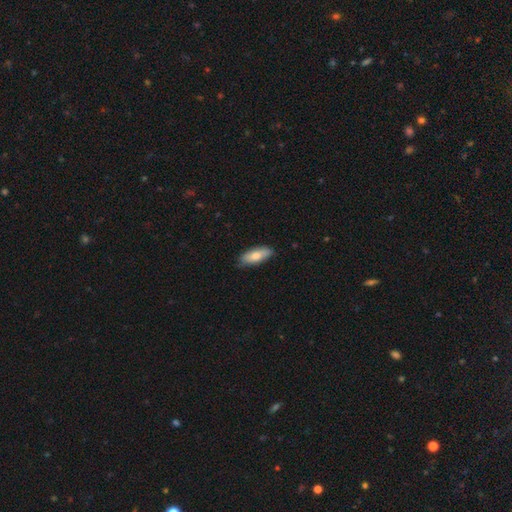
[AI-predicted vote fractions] smooth_or_featured: smooth (p=0.76) [alt: featured or disk p=0.19]
how_rounded: in between (p=0.72) [alt: cigar-shaped p=0.25]
merging: none (p=0.82) [alt: minor disturbance p=0.15]